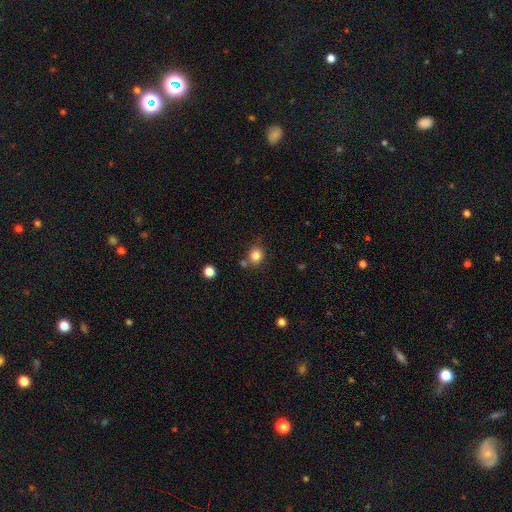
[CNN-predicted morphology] The model was most divided on "merging": none: 69%, minor disturbance: 14%, merger: 13%, major disturbance: 4%. More confident: smooth or featured — smooth (83%); how rounded — round (79%).